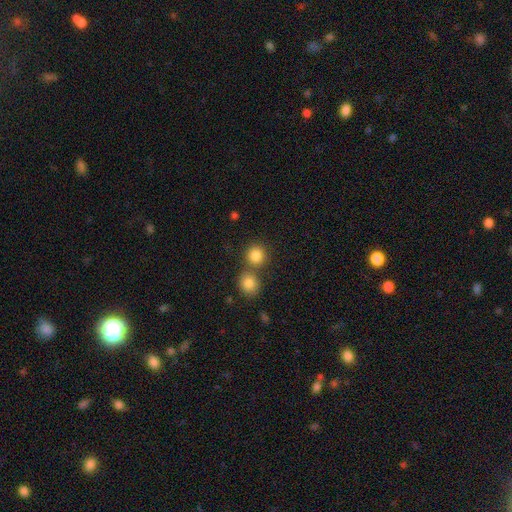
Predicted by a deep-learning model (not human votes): Overall: smooth (84%). How rounded: round (89%). Merging: none (62%; merger 28%).